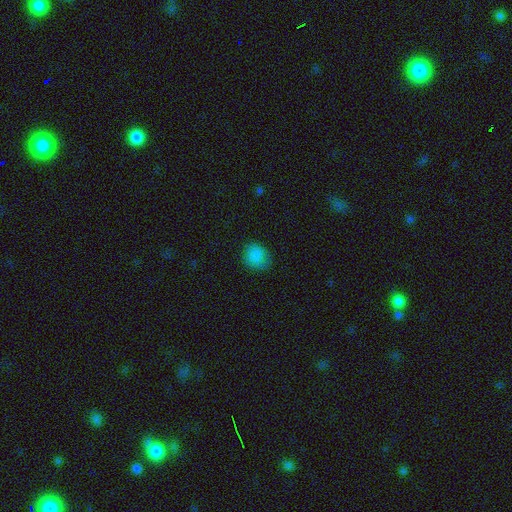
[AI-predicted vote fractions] Q: Smooth or featured?
A: smooth (84%); runner-up: star or artifact (11%)
Q: How rounded?
A: round (67%); runner-up: in between (32%)
Q: Merging?
A: none (79%); runner-up: minor disturbance (16%)